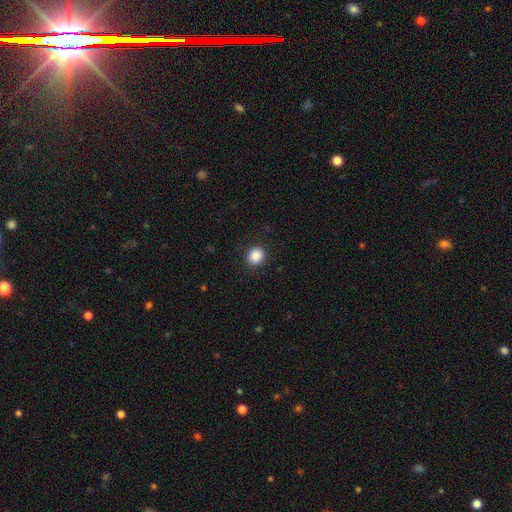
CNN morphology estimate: Smooth or featured? Predicted: smooth (p=0.88). How rounded? Predicted: round (p=0.74). Merging? Predicted: none (p=0.90).